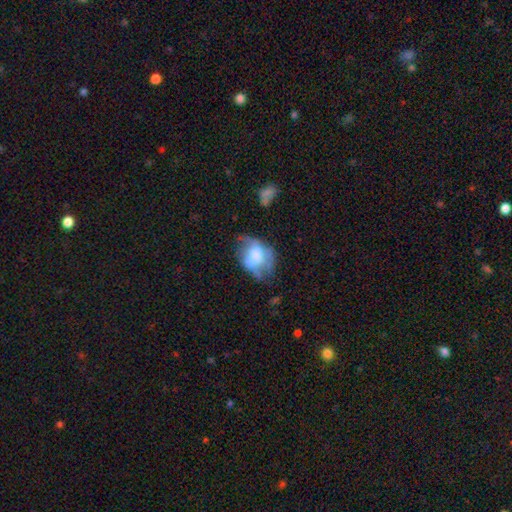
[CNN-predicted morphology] smooth 47%, featured or disk 44%, star or artifact 9%. Down the decision tree: merging — none (37%).